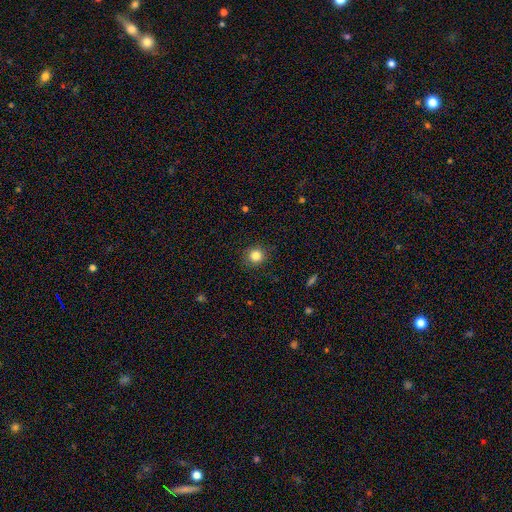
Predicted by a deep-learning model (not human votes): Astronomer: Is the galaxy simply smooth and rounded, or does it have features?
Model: smooth — 83%.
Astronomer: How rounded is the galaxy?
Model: round — 91%.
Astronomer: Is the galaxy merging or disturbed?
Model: none — 89%.